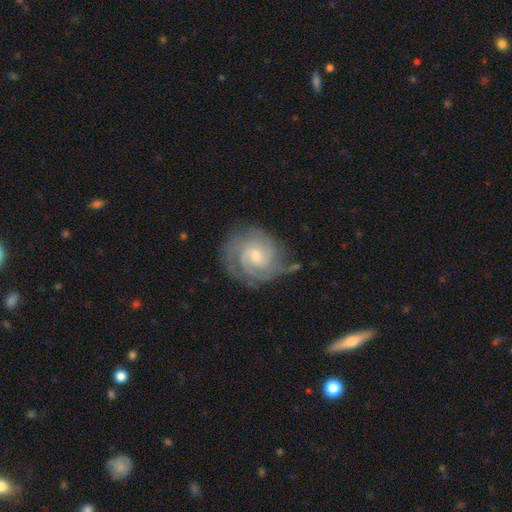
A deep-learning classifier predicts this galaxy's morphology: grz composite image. It shows a featured or disk galaxy (84%) with no bar (60%), 3 (29%) tight (70%) spiral arms (96%) and a small central bulge (56%). Merging: none (73%).